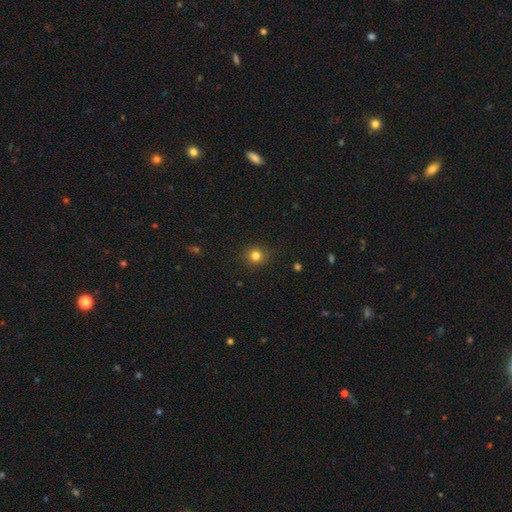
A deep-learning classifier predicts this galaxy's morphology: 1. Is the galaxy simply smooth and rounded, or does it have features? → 81% smooth, 14% star or artifact, 5% featured or disk.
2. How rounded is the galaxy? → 90% round, 9% in between, 1% cigar-shaped.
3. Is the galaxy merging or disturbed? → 88% none, 8% minor disturbance, 2% major disturbance, 1% merger.